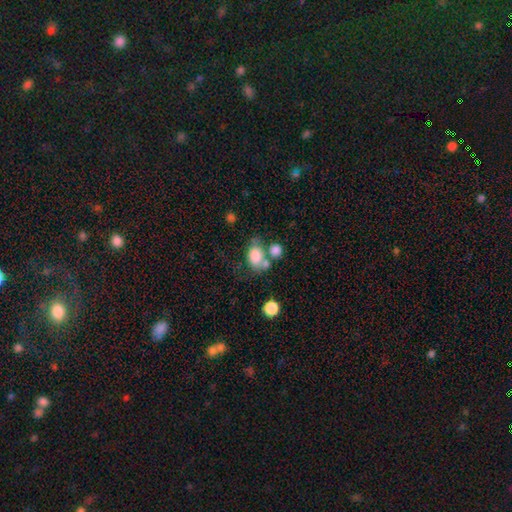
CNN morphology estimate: Overall: smooth (78%). How rounded: in between (68%; round 31%). Merging: none (40%; merger 34%).